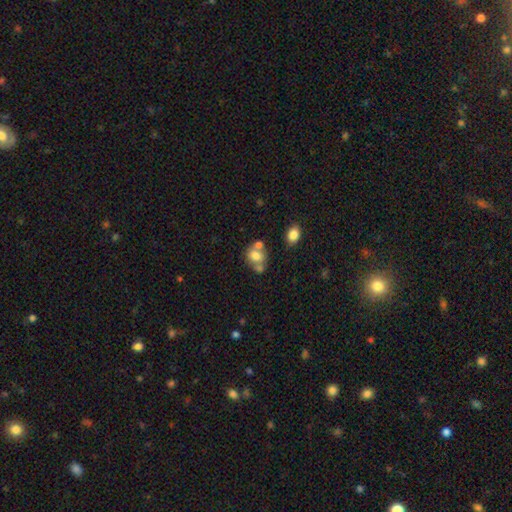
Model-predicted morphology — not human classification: A smooth galaxy with no disk features (68%) that is round (52%). Merging: none (41%).